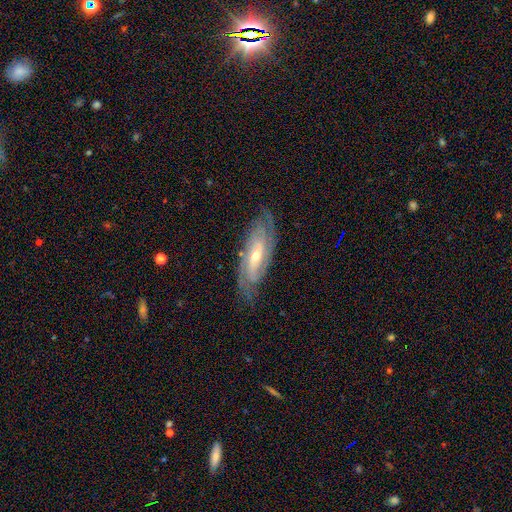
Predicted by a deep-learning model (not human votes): Overall: featured or disk (83%). Edge-on disk: no (85%). Bar: no (45%; weak 36%). Spiral arms: yes (94%). Spiral arm count: 2 (41%; can't tell 31%). Spiral winding: tight (62%; medium 30%). Bulge size: small (54%; moderate 42%). Merging: none (78%).